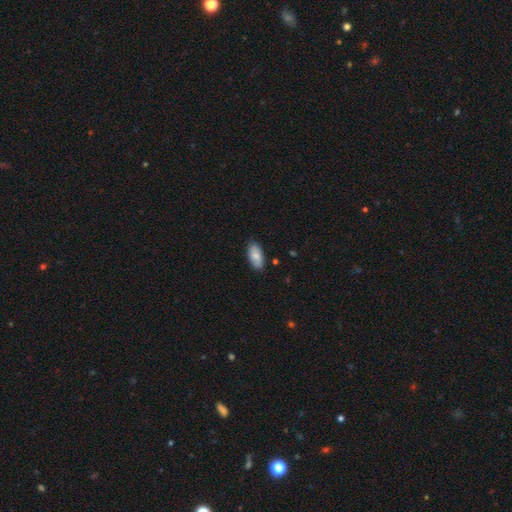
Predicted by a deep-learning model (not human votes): This is clearly a smooth galaxy (81%). How rounded: clearly in between (90%). Merging: clearly none (86%).